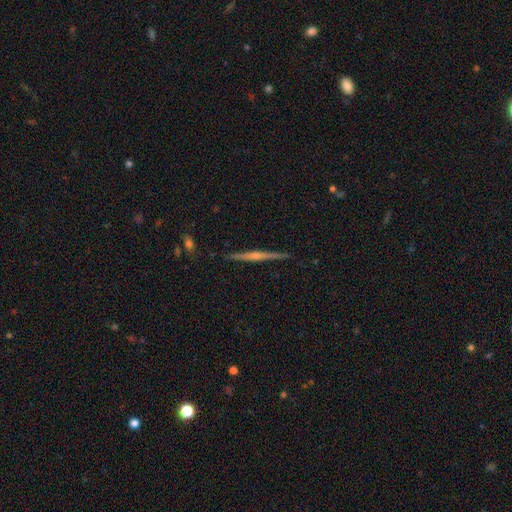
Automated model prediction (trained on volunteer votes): A featured or disk galaxy (73%) viewed edge-on (98%) with a rounded central bulge (56%).

Vote fractions:
- Smooth or featured? featured or disk: 73% / smooth: 21% / star or artifact: 6%
- Edge-on disk? yes: 98% / no: 2%
- Edge-on bulge? rounded: 56% / none: 28% / boxy: 16%
- Merging? none: 91% / minor disturbance: 6% / major disturbance: 1% / merger: 1%